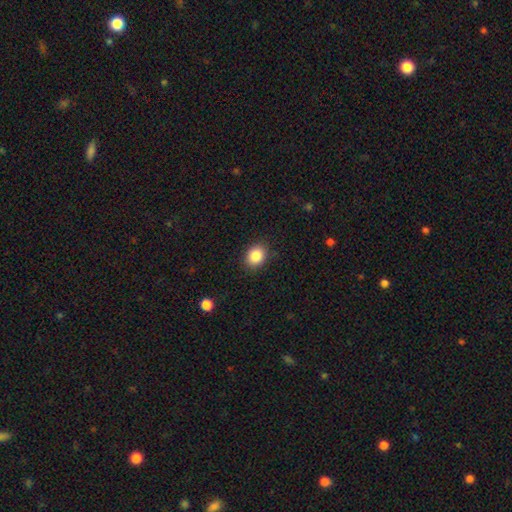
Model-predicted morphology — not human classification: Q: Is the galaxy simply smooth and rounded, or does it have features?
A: smooth — 86%.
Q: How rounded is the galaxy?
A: round — 51%.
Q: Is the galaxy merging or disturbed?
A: none — 87%.